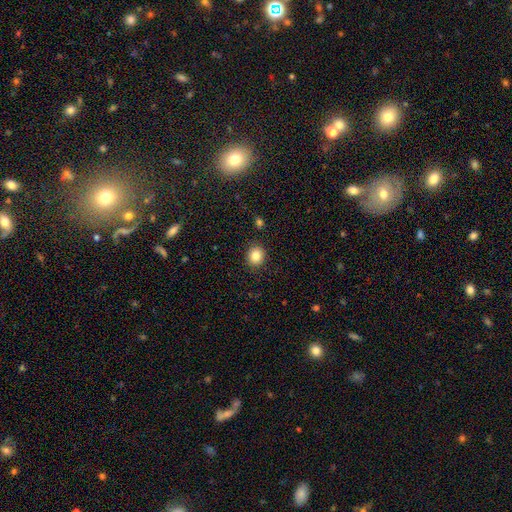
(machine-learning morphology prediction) smooth-or-featured: smooth: 83% | star or artifact: 10% | featured or disk: 7%
  how-rounded: round: 78% | in between: 22% | cigar-shaped: 1%
  merging: none: 89% | minor disturbance: 7% | major disturbance: 2% | merger: 2%